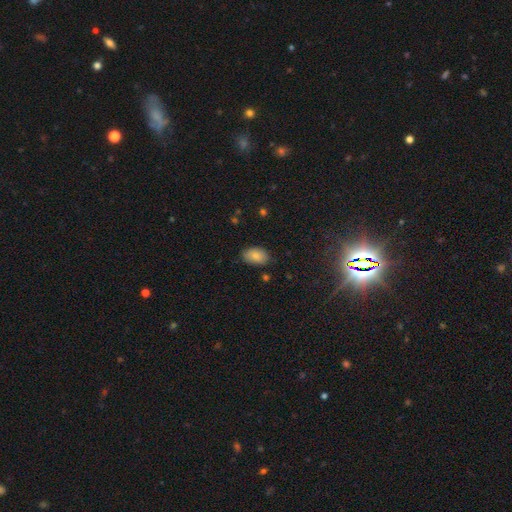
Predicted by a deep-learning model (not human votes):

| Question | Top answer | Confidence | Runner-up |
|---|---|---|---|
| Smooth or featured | smooth | 83% | featured or disk (9%) |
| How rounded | in between | 90% | round (8%) |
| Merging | none | 83% | minor disturbance (13%) |